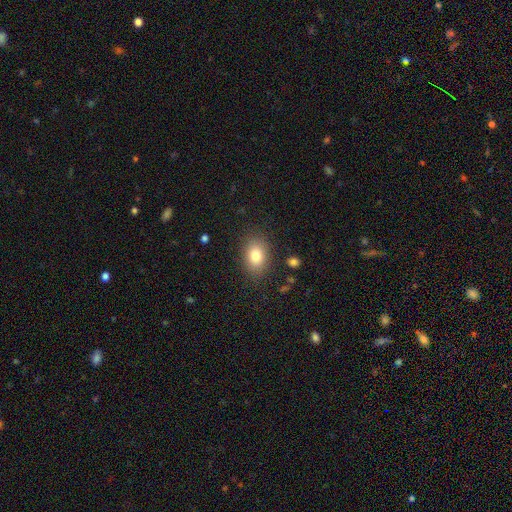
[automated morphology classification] Smooth or featured: smooth — 82% (featured or disk — 9%)
How rounded: in between — 78% (round — 20%)
Merging: none — 84% (minor disturbance — 11%)